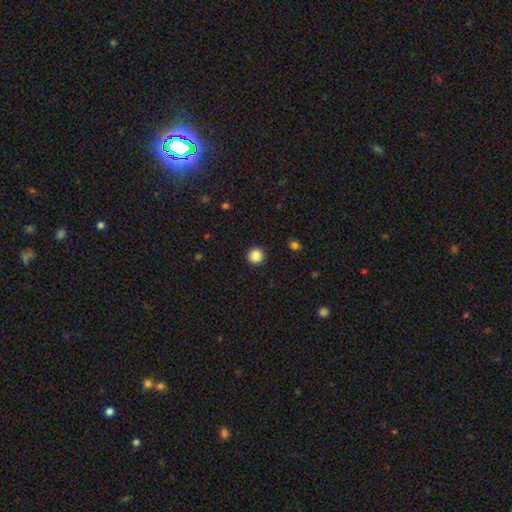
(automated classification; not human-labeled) A smooth galaxy with no disk features (87%) that is round (95%). Merging: none (93%).